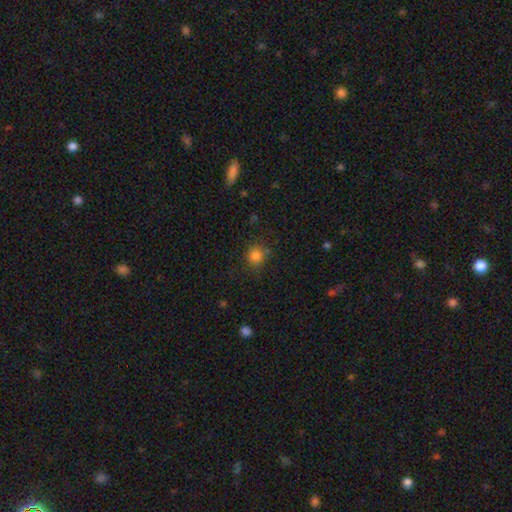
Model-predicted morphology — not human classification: Smooth or featured? Predicted: smooth (p=0.82). How rounded? Predicted: round (p=0.86). Merging? Predicted: none (p=0.76).